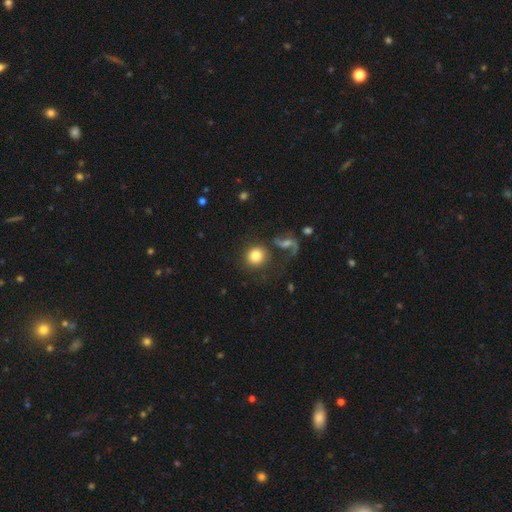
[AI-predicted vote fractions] smooth_or_featured: smooth (p=0.77) [alt: featured or disk p=0.15]
how_rounded: round (p=0.91) [alt: in between p=0.08]
merging: none (p=0.74) [alt: minor disturbance p=0.10]